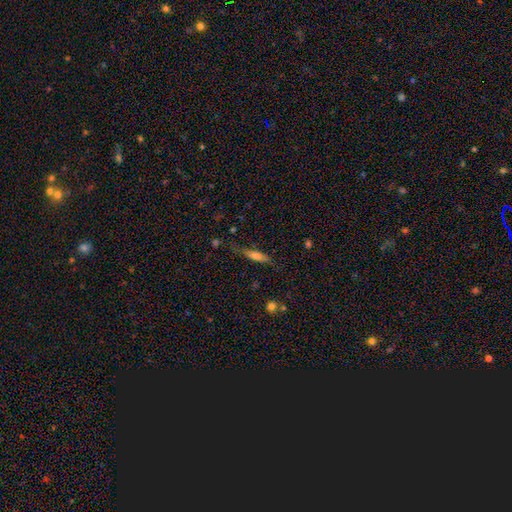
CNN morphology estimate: Q: Smooth or featured?
A: smooth (54%); runner-up: featured or disk (37%)
Q: How rounded?
A: cigar-shaped (79%); runner-up: in between (18%)
Q: Merging?
A: none (71%); runner-up: minor disturbance (20%)